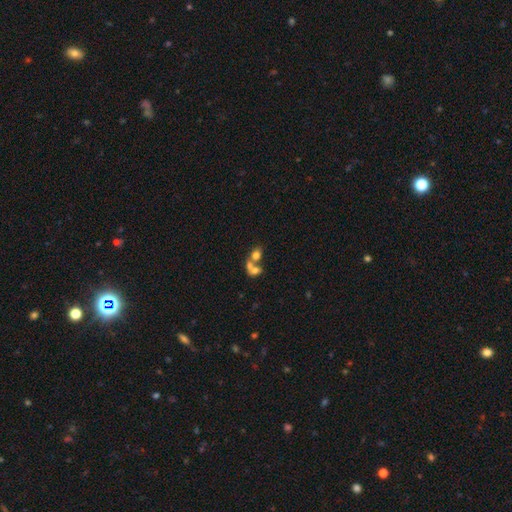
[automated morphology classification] type=smooth (47%); merging=merger (43%).